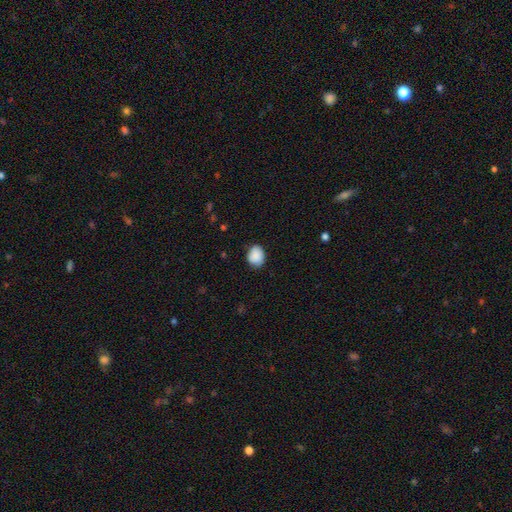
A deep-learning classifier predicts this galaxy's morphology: Smooth or featured?
  - smooth: 88% *
  - star or artifact: 7%
  - featured or disk: 5%
How rounded?
  - in between: 51% *
  - round: 49%
  - cigar-shaped: 1%
Merging?
  - none: 78% *
  - minor disturbance: 18%
  - major disturbance: 3%
  - merger: 1%